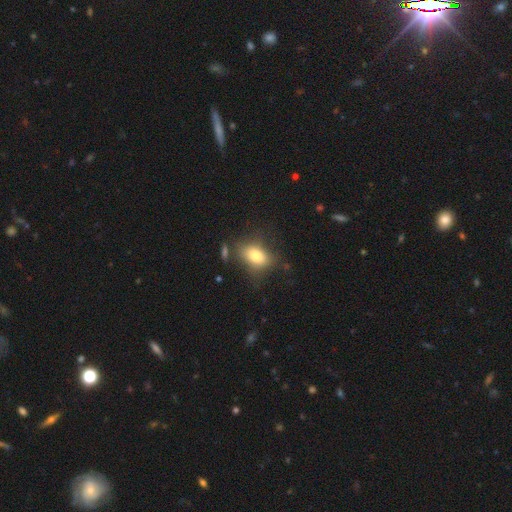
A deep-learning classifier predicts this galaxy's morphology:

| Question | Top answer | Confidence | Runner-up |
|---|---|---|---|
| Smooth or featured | smooth | 76% | featured or disk (14%) |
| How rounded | in between | 80% | round (17%) |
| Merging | none | 66% | minor disturbance (20%) |